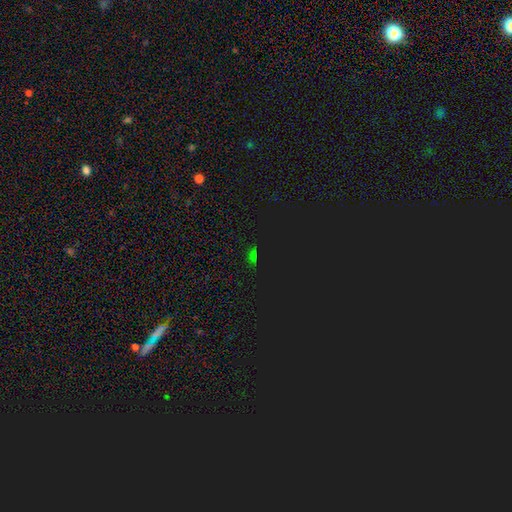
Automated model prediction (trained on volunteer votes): smooth-or-featured: star or artifact: 69% | smooth: 23% | featured or disk: 8%